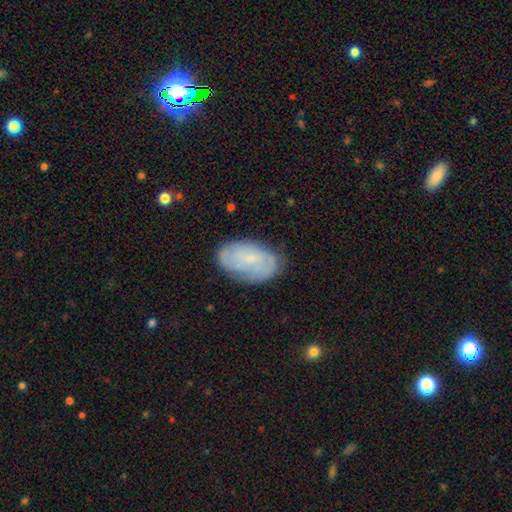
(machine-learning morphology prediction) type=featured or disk (47%); merging=none (70%).